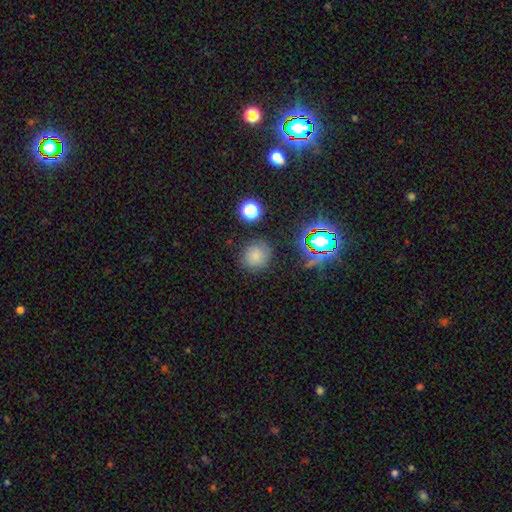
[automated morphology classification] smooth-or-featured: smooth: 73% | star or artifact: 19% | featured or disk: 8%
  how-rounded: round: 84% | in between: 15% | cigar-shaped: 1%
  merging: none: 82% | minor disturbance: 12% | major disturbance: 4% | merger: 3%